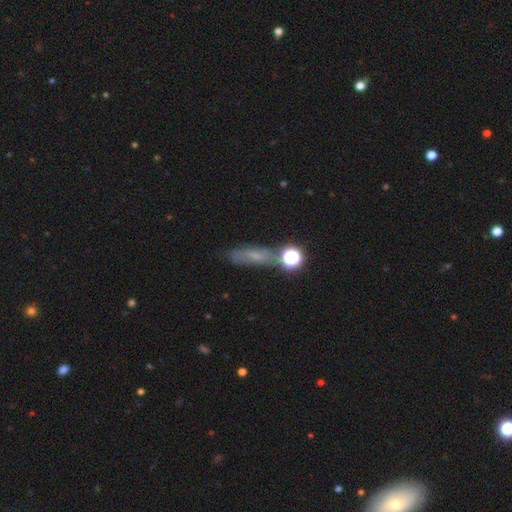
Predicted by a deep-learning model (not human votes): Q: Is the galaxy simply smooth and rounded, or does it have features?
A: smooth — 43%.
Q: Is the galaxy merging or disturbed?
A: none — 61%.